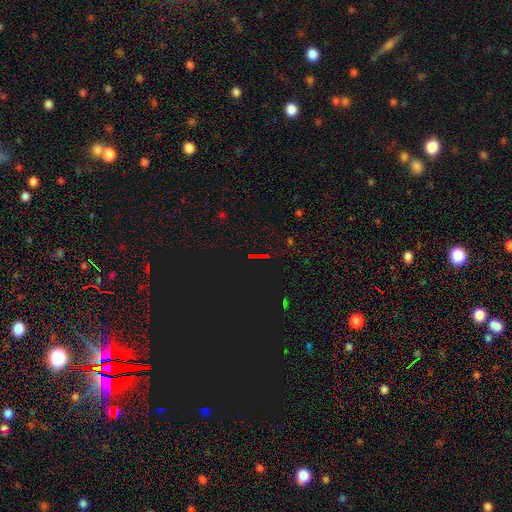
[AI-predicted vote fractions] smooth_or_featured: star or artifact (p=0.77) [alt: smooth p=0.13]